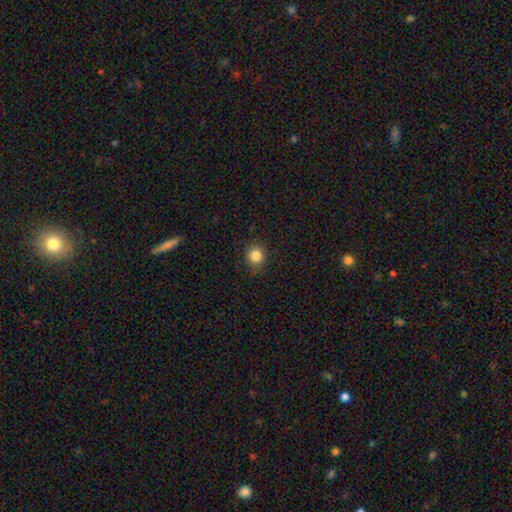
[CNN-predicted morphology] Overall: smooth (85%). How rounded: round (86%). Merging: none (85%).